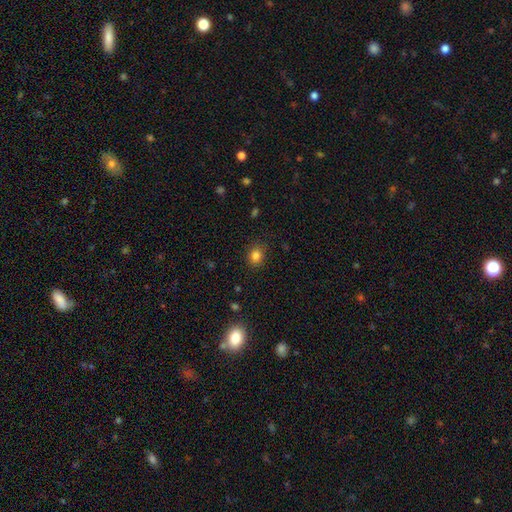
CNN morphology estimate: smooth 83%, star or artifact 12%, featured or disk 5%. Down the decision tree: how rounded — round (62%); merging — none (84%).